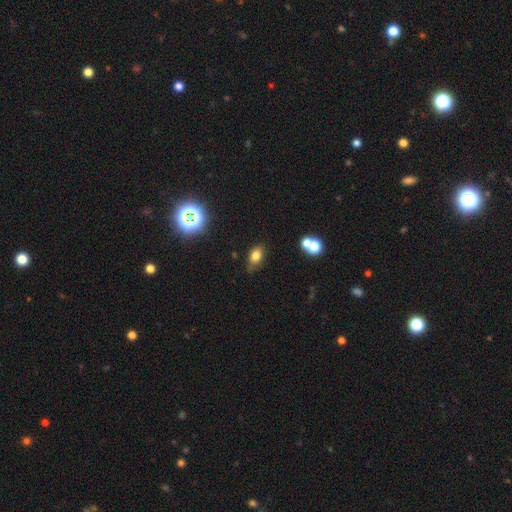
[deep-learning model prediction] smooth 75%, star or artifact 14%, featured or disk 11%. Down the decision tree: how rounded — in between (85%); merging — none (73%).